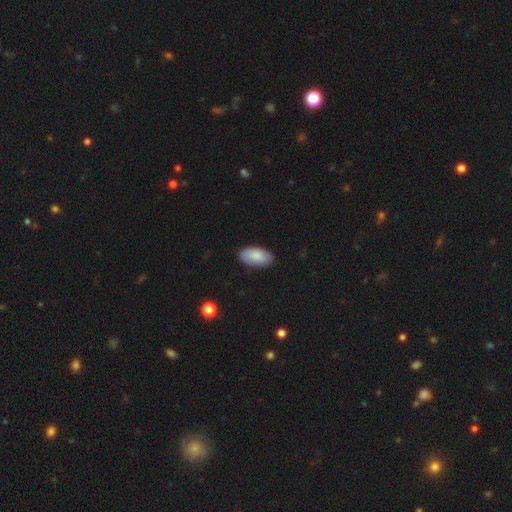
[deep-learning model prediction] smooth-or-featured: smooth: 84% | featured or disk: 10% | star or artifact: 6%
  how-rounded: in between: 95% | cigar-shaped: 3% | round: 3%
  merging: none: 84% | minor disturbance: 12% | major disturbance: 2% | merger: 1%